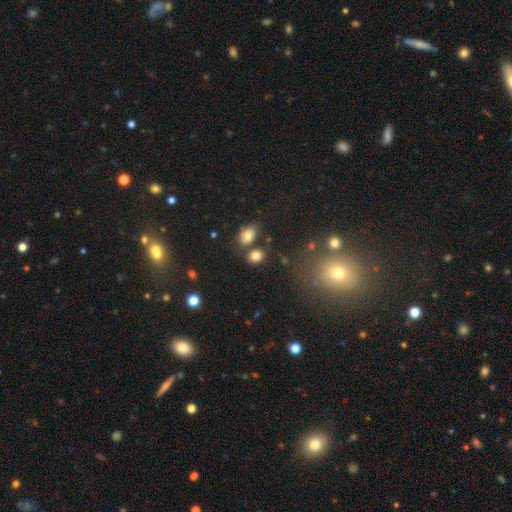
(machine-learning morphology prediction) Q: Smooth or featured?
A: smooth (80%); runner-up: star or artifact (11%)
Q: How rounded?
A: in between (60%); runner-up: round (38%)
Q: Merging?
A: none (66%); runner-up: merger (18%)